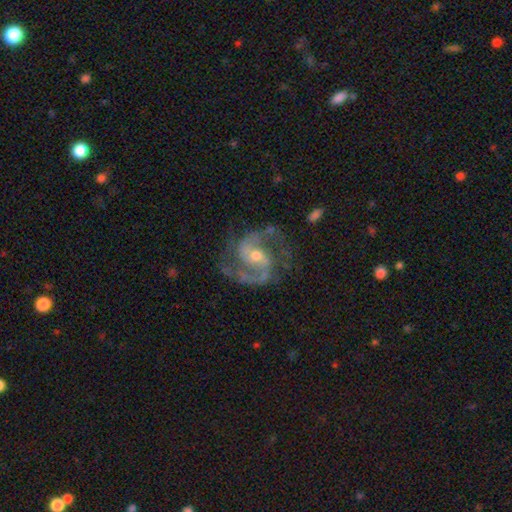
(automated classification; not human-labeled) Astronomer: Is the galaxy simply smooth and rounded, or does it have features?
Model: featured or disk — 91%.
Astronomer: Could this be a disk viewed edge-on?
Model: no — 98%.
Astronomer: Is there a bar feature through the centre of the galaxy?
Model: weak — 43% (runner-up: no, 37%).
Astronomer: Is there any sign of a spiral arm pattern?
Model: yes — 98%.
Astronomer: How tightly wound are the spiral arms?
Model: medium — 63%.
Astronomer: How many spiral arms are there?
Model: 2 — 90%.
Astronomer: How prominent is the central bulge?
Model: moderate — 53% (runner-up: small, 43%).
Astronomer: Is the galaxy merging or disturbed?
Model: none — 74%.